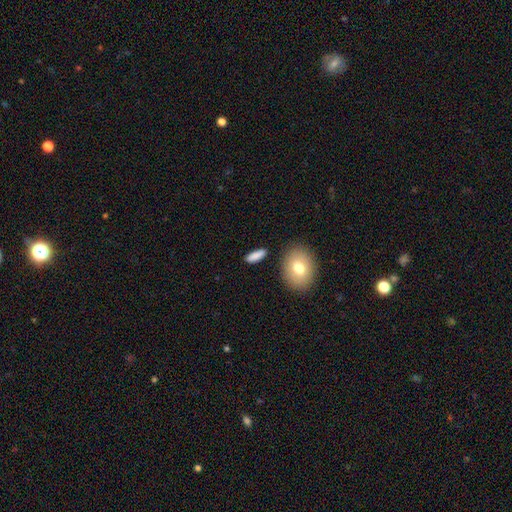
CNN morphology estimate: Smooth or featured: smooth — 85% (featured or disk — 9%)
How rounded: in between — 55% (cigar-shaped — 40%)
Merging: none — 83% (minor disturbance — 10%)